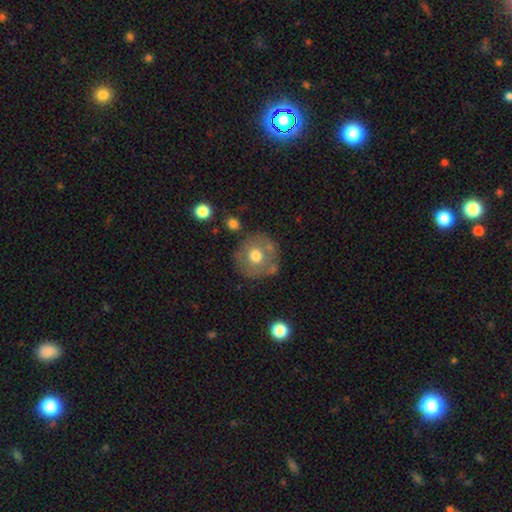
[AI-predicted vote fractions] Overall: smooth (60%; featured or disk 31%). How rounded: round (93%). Merging: none (73%).